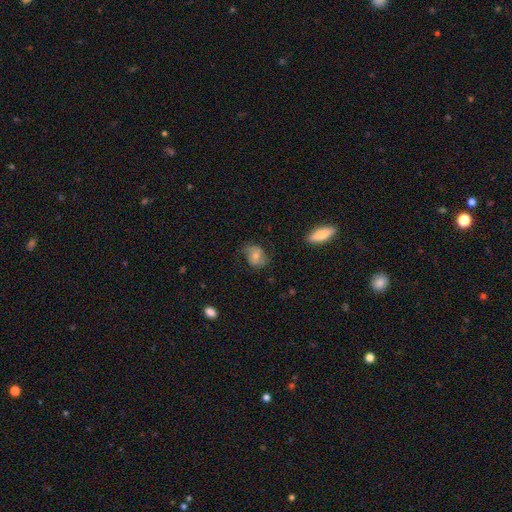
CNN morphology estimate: Smooth or featured: smooth — 57% (featured or disk — 34%)
How rounded: in between — 58% (round — 40%)
Merging: none — 67% (minor disturbance — 23%)